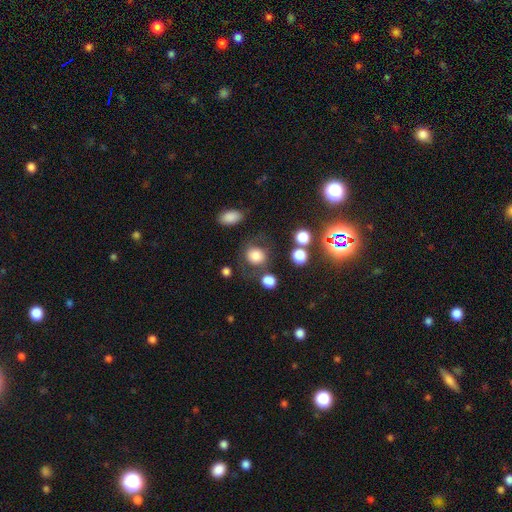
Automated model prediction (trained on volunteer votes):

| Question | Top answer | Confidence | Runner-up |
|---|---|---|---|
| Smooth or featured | smooth | 76% | star or artifact (13%) |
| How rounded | round | 79% | in between (20%) |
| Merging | none | 69% | minor disturbance (15%) |